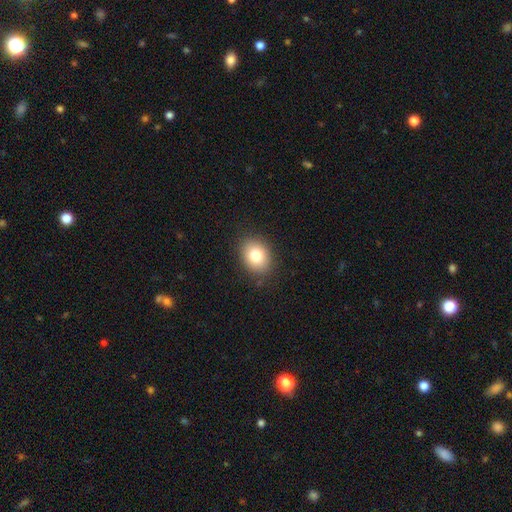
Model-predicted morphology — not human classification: Smooth or featured? smooth (79%)
How rounded? in between (56%)
Merging? none (87%)